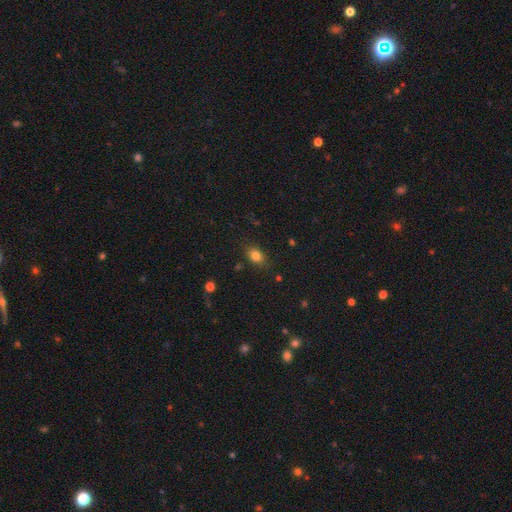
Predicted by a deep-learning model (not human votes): Smooth or featured? Predicted: smooth (p=0.80). How rounded? Predicted: in between (p=0.70). Merging? Predicted: none (p=0.82).